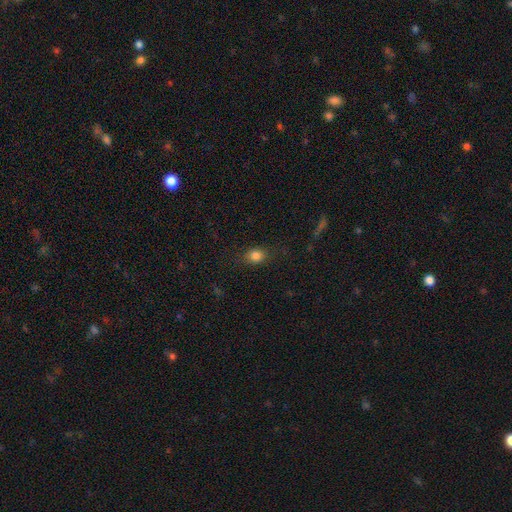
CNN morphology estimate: Overall: smooth (82%). How rounded: round (51%; in between 47%). Merging: none (81%).